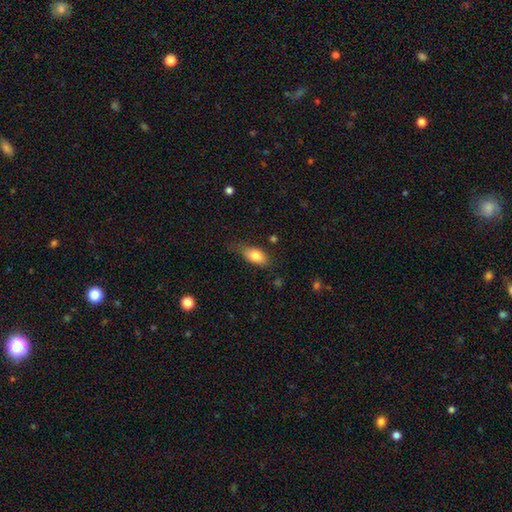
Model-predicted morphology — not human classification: Q: Smooth or featured?
A: smooth (79%); runner-up: featured or disk (14%)
Q: How rounded?
A: in between (84%); runner-up: cigar-shaped (10%)
Q: Merging?
A: none (62%); runner-up: minor disturbance (28%)